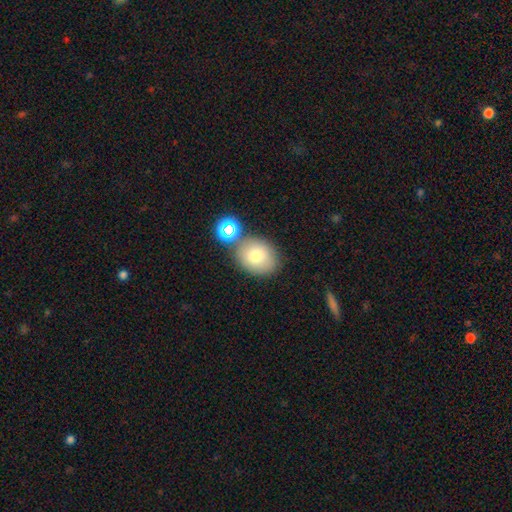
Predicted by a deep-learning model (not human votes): Smooth or featured? smooth (75%)
How rounded? round (51%)
Merging? none (71%)